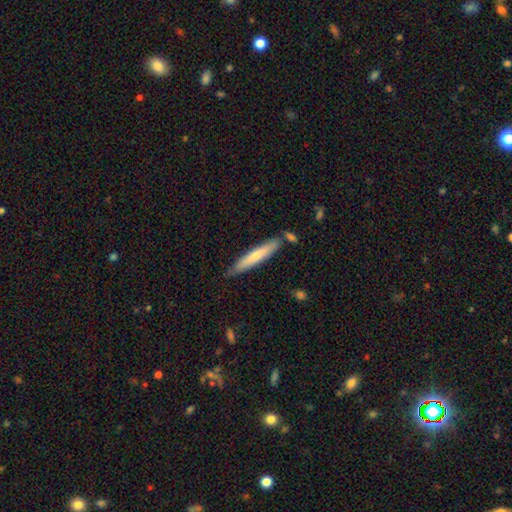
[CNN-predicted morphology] The model was most divided on "smooth or featured": smooth: 60%, featured or disk: 35%, star or artifact: 5%. More confident: how rounded — cigar-shaped (93%); merging — none (77%).